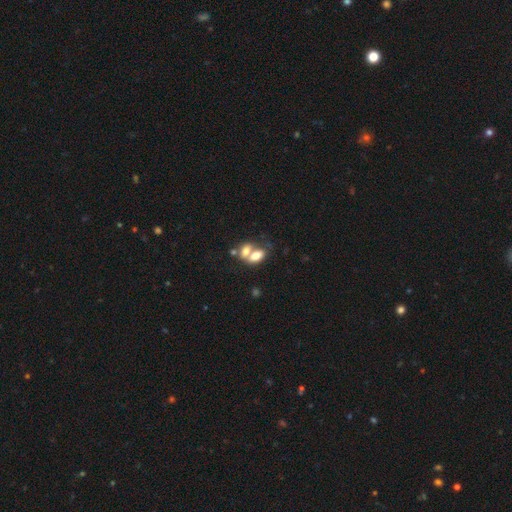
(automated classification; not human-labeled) Smooth or featured: smooth — 70% (featured or disk — 21%)
How rounded: in between — 87% (round — 9%)
Merging: merger — 64% (none — 24%)